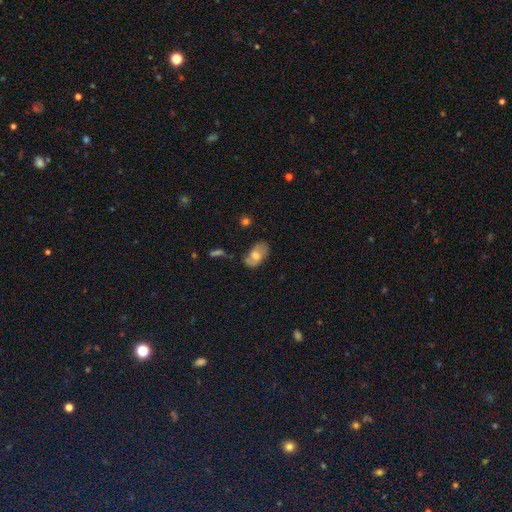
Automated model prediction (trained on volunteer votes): Smooth or featured?
  - smooth: 64% *
  - featured or disk: 29%
  - star or artifact: 8%
How rounded?
  - in between: 91% *
  - round: 7%
  - cigar-shaped: 2%
Merging?
  - none: 56% *
  - minor disturbance: 30%
  - major disturbance: 9%
  - merger: 5%